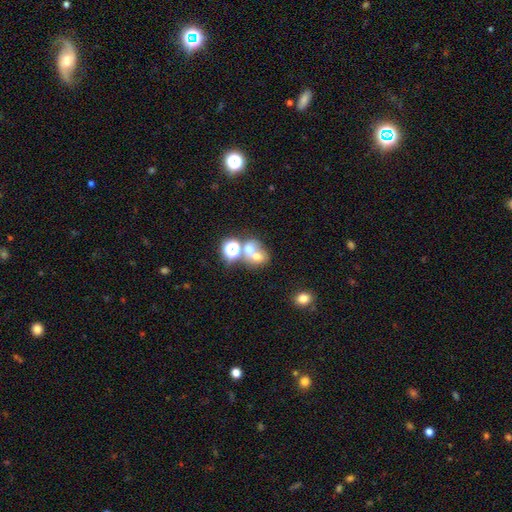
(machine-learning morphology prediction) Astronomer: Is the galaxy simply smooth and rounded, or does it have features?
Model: smooth — 59%.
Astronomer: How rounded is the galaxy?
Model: round — 61% (runner-up: in between, 38%).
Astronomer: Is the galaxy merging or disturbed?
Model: merger — 59%.